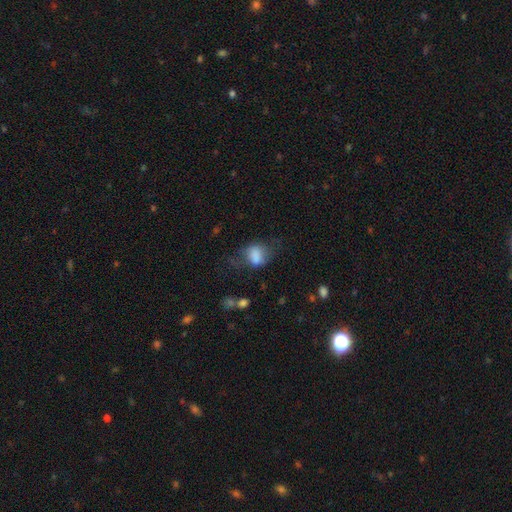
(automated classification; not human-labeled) A smooth galaxy with no disk features (75%) that is in between round and cigar-shaped (64%).

Vote fractions:
- Smooth or featured? smooth: 75% / featured or disk: 16% / star or artifact: 9%
- How rounded? in between: 64% / round: 35% / cigar-shaped: 2%
- Merging? none: 38% / major disturbance: 29% / minor disturbance: 28% / merger: 5%